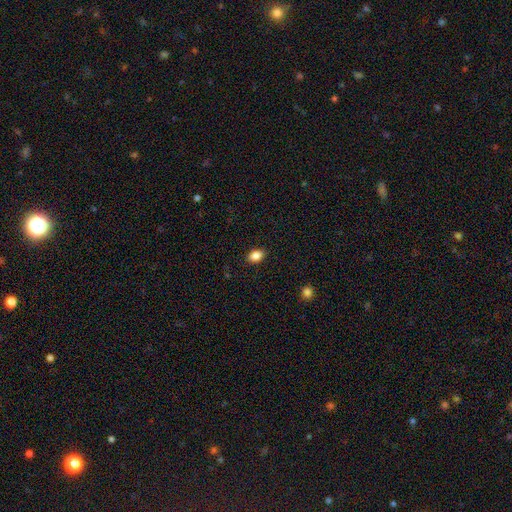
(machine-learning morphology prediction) A smooth galaxy with no disk features (86%) that is in between round and cigar-shaped (83%).

Vote fractions:
- Smooth or featured? smooth: 86% / star or artifact: 9% / featured or disk: 5%
- How rounded? in between: 83% / round: 16% / cigar-shaped: 1%
- Merging? none: 89% / minor disturbance: 8% / major disturbance: 2% / merger: 1%